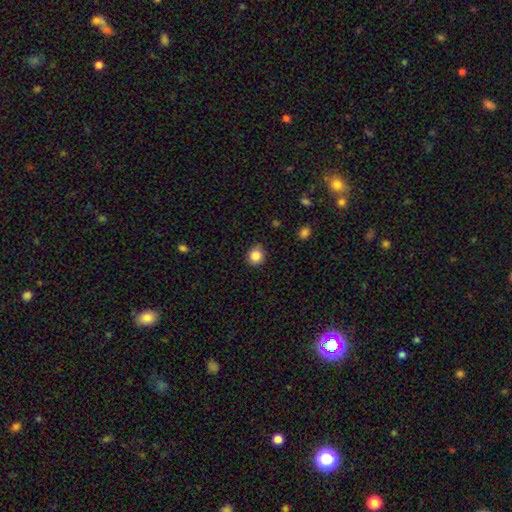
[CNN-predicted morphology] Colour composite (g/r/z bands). It shows a smooth galaxy with no disk features (85%) that is round (85%). Merging: none (84%).